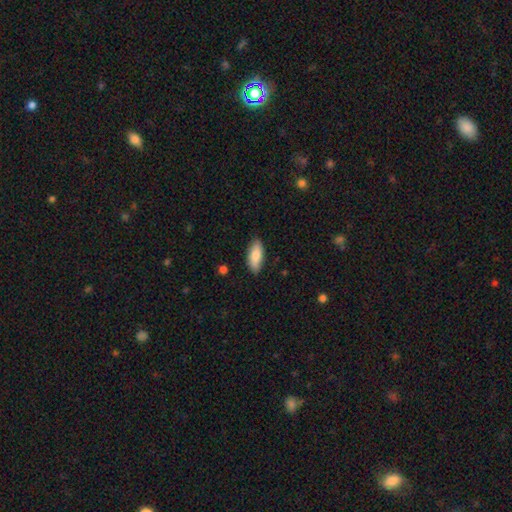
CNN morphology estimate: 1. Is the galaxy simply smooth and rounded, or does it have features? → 84% smooth, 10% featured or disk, 6% star or artifact.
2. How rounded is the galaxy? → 84% in between, 14% cigar-shaped, 2% round.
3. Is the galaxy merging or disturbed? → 85% none, 12% minor disturbance, 2% major disturbance, 1% merger.